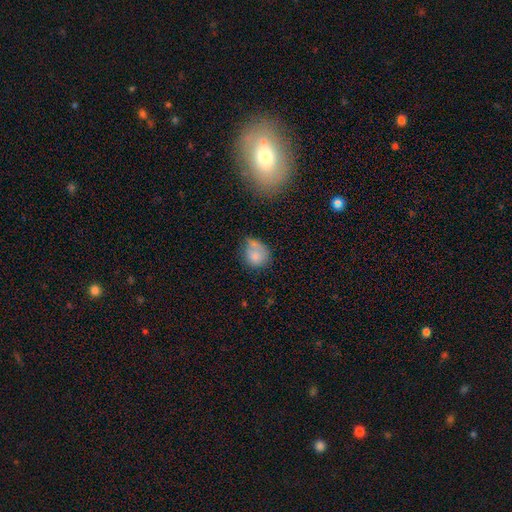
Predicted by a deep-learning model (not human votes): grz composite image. It shows a smooth galaxy with no disk features (78%) that is round (72%). Merging: none (47%).